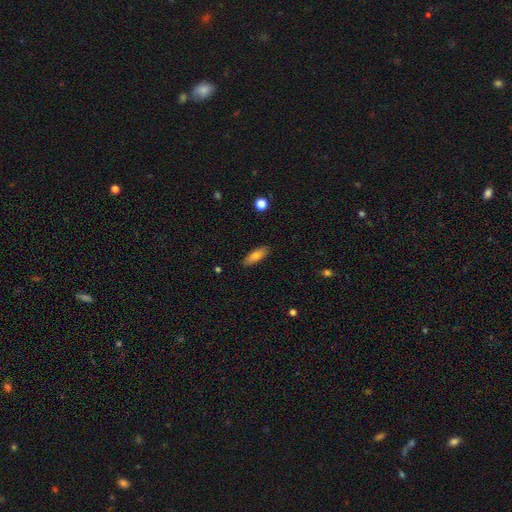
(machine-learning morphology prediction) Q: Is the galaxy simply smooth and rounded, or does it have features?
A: smooth — 74%.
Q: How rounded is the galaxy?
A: in between — 64%.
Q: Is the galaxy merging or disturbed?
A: none — 88%.